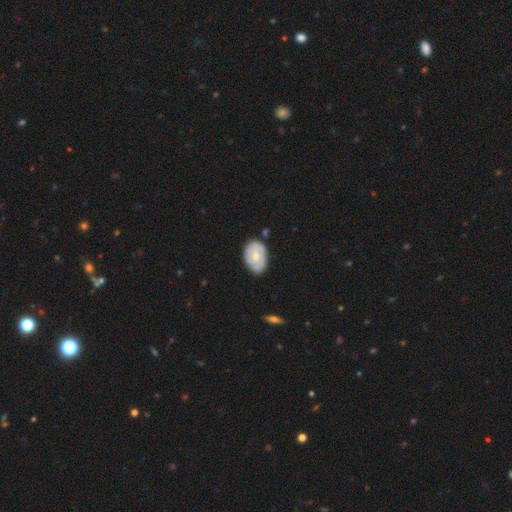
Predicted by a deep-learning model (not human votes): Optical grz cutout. It shows a featured or disk galaxy (54%) with no bar (55%), spiral arms (73%) and a moderate central bulge (52%). Merging: none (68%).